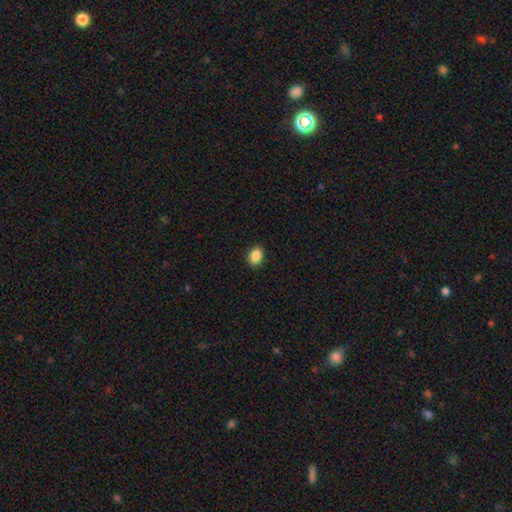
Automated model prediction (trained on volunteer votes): A smooth galaxy with no disk features (88%) that is in between round and cigar-shaped (69%).

Vote fractions:
- Smooth or featured? smooth: 88% / star or artifact: 9% / featured or disk: 4%
- How rounded? in between: 69% / round: 30% / cigar-shaped: 1%
- Merging? none: 89% / minor disturbance: 8% / major disturbance: 2% / merger: 1%